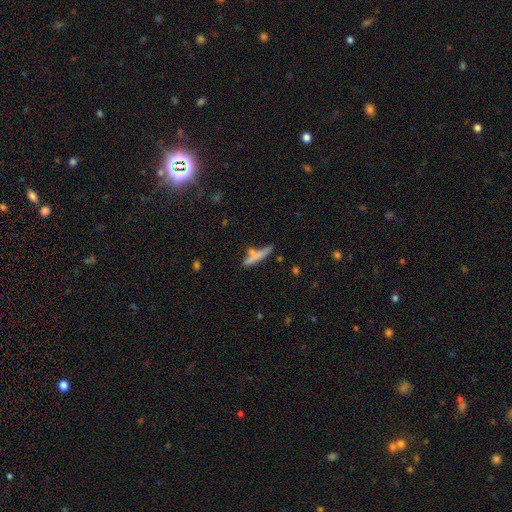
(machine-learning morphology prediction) Smooth or featured? Predicted: smooth (p=0.68). How rounded? Predicted: cigar-shaped (p=0.89). Merging? Predicted: none (p=0.61).